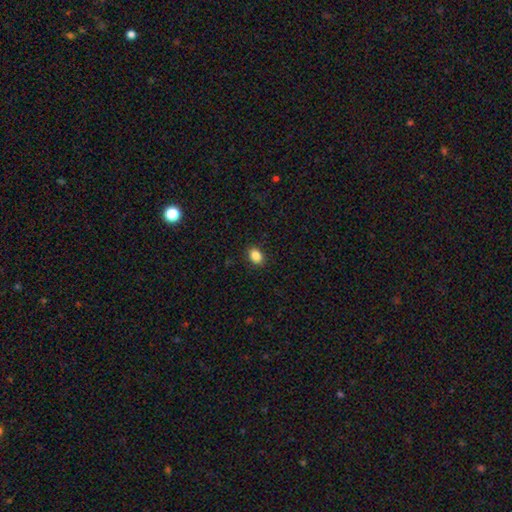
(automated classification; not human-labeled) A smooth galaxy with no disk features (86%) that is in between round and cigar-shaped (71%). Merging: none (90%).